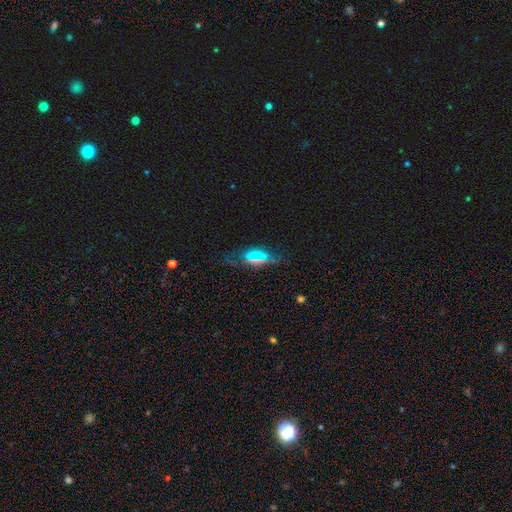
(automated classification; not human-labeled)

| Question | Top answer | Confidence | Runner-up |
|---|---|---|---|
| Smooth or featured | smooth | 48% | star or artifact (27%) |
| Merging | none | 69% | minor disturbance (19%) |